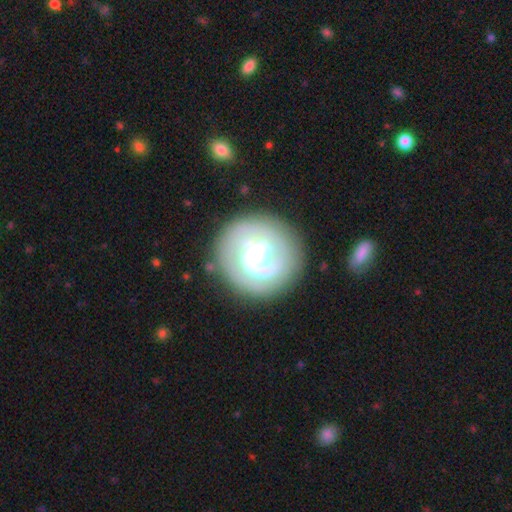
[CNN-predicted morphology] smooth-or-featured: featured or disk: 65% | smooth: 28% | star or artifact: 7%
  disk-edge-on: no: 98% | yes: 2%
    bar: no: 44% | weak: 38% | strong: 18%
    has-spiral-arms: yes: 74% | no: 26%
    bulge-size: moderate: 43% | large: 28% | small: 19% | dominant: 6% | none: 5%
  merging: none: 76% | minor disturbance: 12% | major disturbance: 9% | merger: 3%